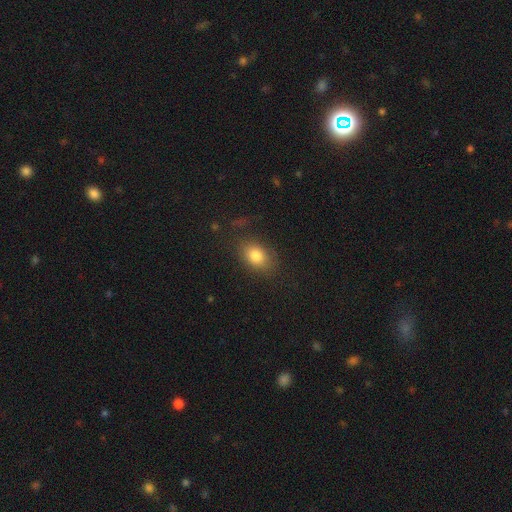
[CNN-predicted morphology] The model was most divided on "how rounded": in between: 76%, round: 22%, cigar-shaped: 2%. More confident: smooth or featured — smooth (81%); merging — none (77%).